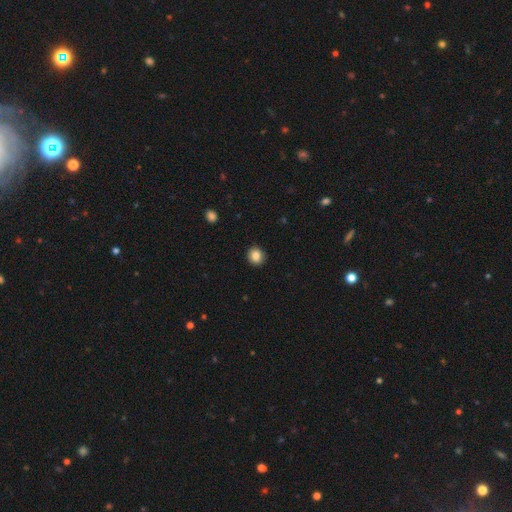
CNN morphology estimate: smooth_or_featured: smooth (p=0.86) [alt: star or artifact p=0.09]
how_rounded: round (p=0.84) [alt: in between p=0.15]
merging: none (p=0.92) [alt: minor disturbance p=0.06]